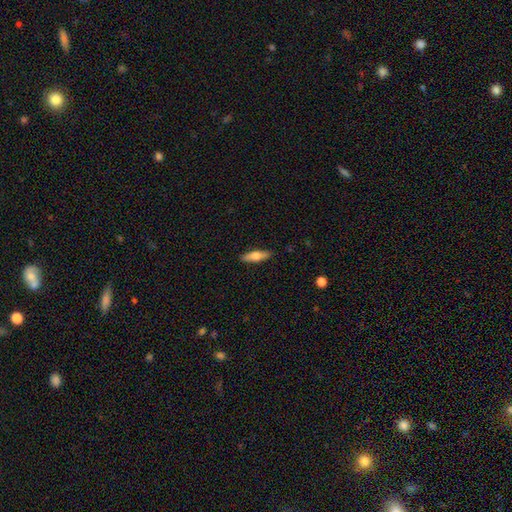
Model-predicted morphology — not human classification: A smooth galaxy with no disk features (63%) that is cigar-shaped (56%).

Vote fractions:
- Smooth or featured? smooth: 63% / featured or disk: 31% / star or artifact: 6%
- How rounded? cigar-shaped: 56% / in between: 42% / round: 2%
- Merging? none: 89% / minor disturbance: 9% / major disturbance: 2% / merger: 1%